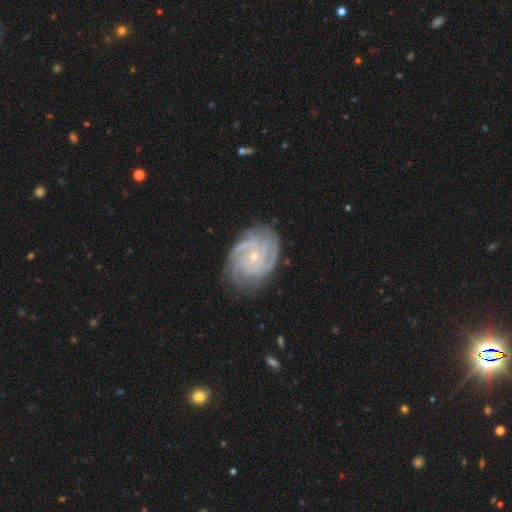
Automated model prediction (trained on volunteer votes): smooth-or-featured: featured or disk: 81% | smooth: 10% | star or artifact: 9%
  disk-edge-on: no: 97% | yes: 3%
    bar: no: 69% | weak: 24% | strong: 6%
    has-spiral-arms: yes: 97% | no: 3%
      spiral-winding: tight: 72% | medium: 24% | loose: 5%
      spiral-arm-count: can't tell: 25% | 3: 23% | 2: 19% | 4: 17% | more than 4: 9% | 1: 7%
    bulge-size: small: 71% | moderate: 25% | none: 2% | large: 1% | dominant: 1%
  merging: none: 80% | minor disturbance: 14% | major disturbance: 4% | merger: 1%